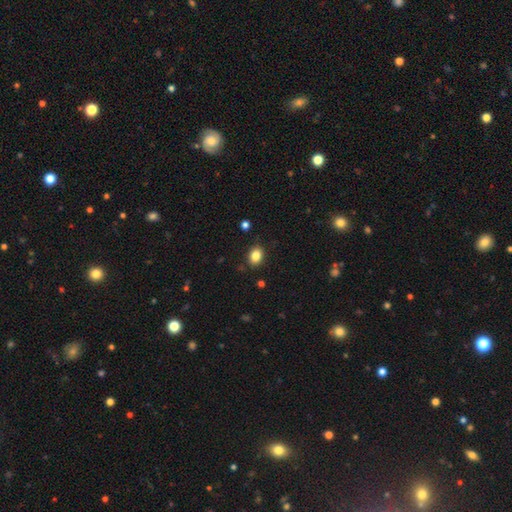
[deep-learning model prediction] This is clearly a smooth galaxy (85%). How rounded: likely in between (65%). Merging: clearly none (87%).